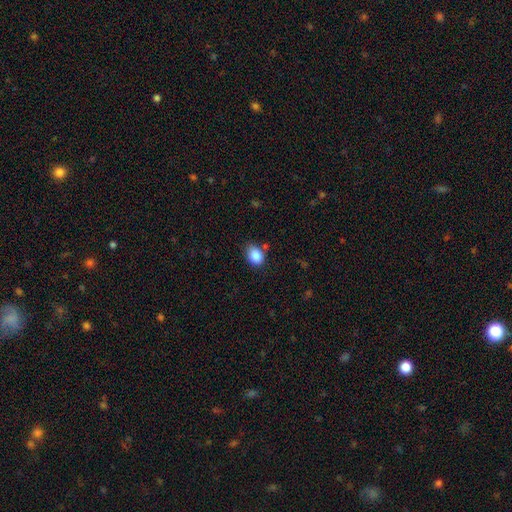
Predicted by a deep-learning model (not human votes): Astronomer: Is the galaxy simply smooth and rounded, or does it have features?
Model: smooth — 87%.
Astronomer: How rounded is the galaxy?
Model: in between — 60% (runner-up: round, 39%).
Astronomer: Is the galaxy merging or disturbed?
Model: none — 70%.